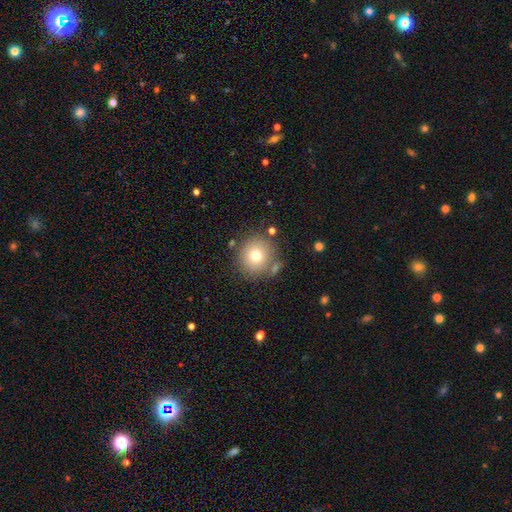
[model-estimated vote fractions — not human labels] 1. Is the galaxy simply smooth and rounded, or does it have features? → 73% smooth, 15% featured or disk, 12% star or artifact.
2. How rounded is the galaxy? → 89% round, 10% in between, 1% cigar-shaped.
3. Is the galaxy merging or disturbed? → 77% none, 11% minor disturbance, 8% merger, 4% major disturbance.